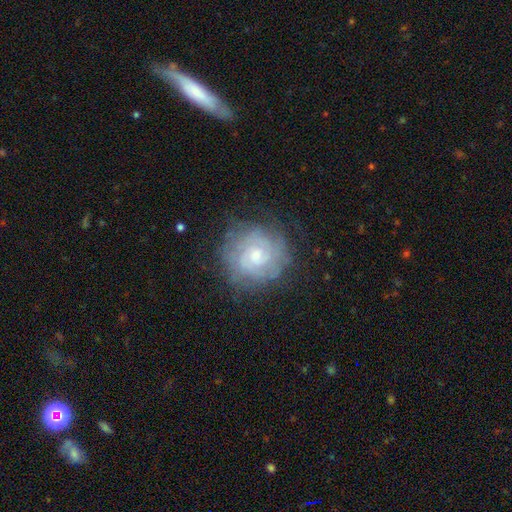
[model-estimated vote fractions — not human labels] smooth-or-featured: featured or disk: 70% | smooth: 22% | star or artifact: 8%
  disk-edge-on: no: 98% | yes: 2%
    bar: no: 71% | weak: 25% | strong: 4%
    has-spiral-arms: yes: 86% | no: 14%
      spiral-winding: tight: 72% | medium: 22% | loose: 6%
      spiral-arm-count: can't tell: 51% | 2: 21% | 3: 12% | 4: 7% | 1: 5% | more than 4: 4%
    bulge-size: small: 54% | moderate: 39% | large: 3% | none: 2% | dominant: 1%
  merging: none: 76% | minor disturbance: 16% | major disturbance: 7% | merger: 1%